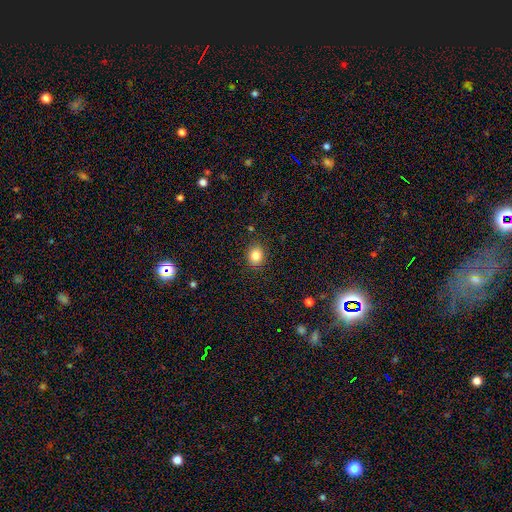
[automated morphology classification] smooth 84%, star or artifact 10%, featured or disk 6%. Down the decision tree: how rounded — round (57%); merging — none (88%).